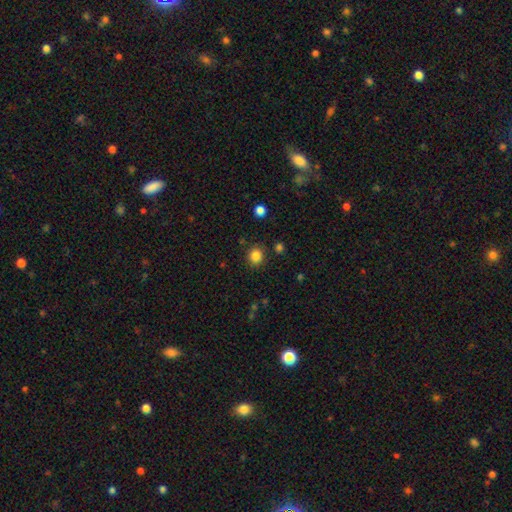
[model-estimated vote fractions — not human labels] Morphology: type=smooth (84%); roundness=round (85%); merging=none (86%).